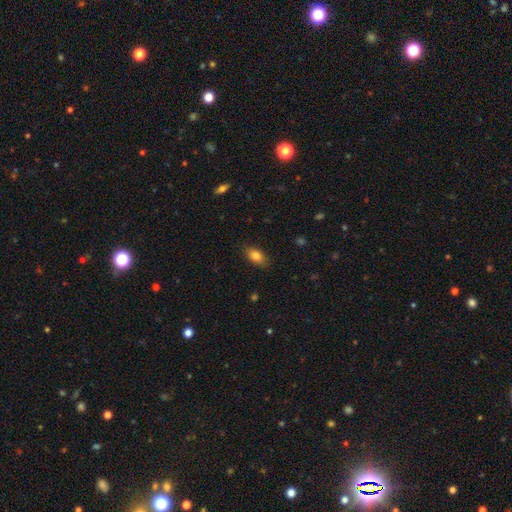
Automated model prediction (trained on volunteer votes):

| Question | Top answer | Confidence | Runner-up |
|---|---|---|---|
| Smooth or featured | smooth | 83% | featured or disk (9%) |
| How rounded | in between | 88% | round (8%) |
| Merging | none | 86% | minor disturbance (11%) |